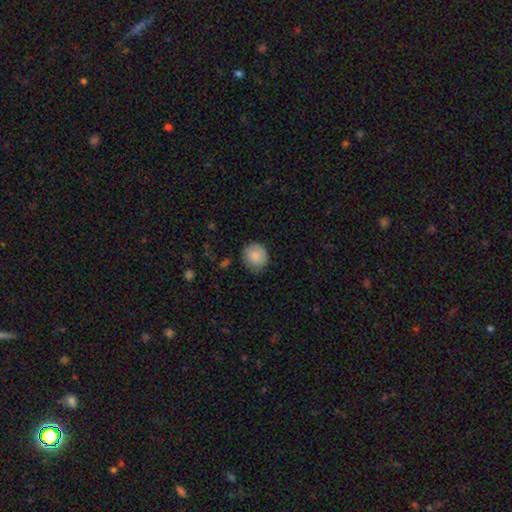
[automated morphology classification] Smooth or featured: smooth — 85% (featured or disk — 8%)
How rounded: round — 85% (in between — 14%)
Merging: none — 75% (minor disturbance — 20%)